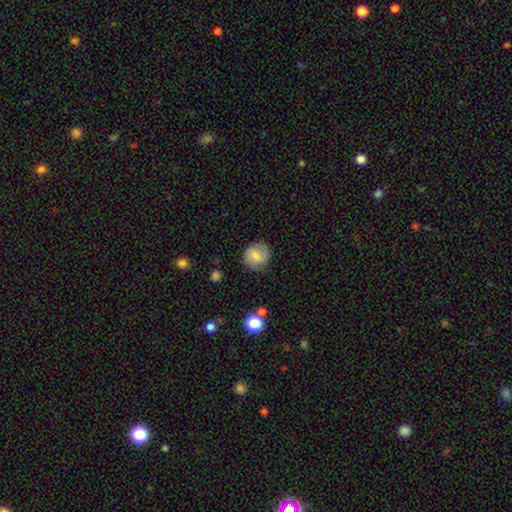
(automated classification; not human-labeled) Smooth or featured? Predicted: smooth (p=0.72). How rounded? Predicted: round (p=0.86). Merging? Predicted: none (p=0.83).